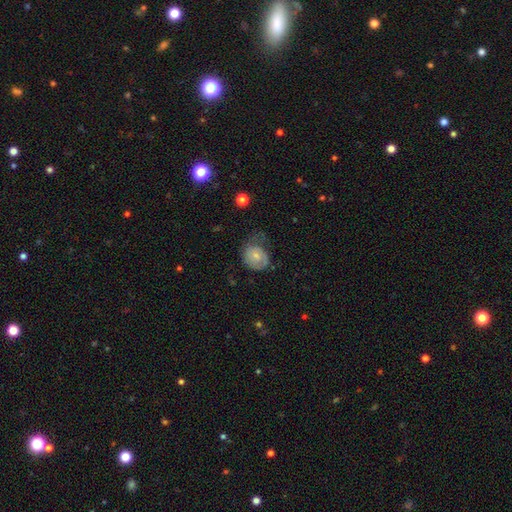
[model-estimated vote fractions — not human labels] Smooth or featured: smooth — 54% (featured or disk — 39%)
How rounded: round — 58% (in between — 41%)
Merging: none — 39% (minor disturbance — 33%)